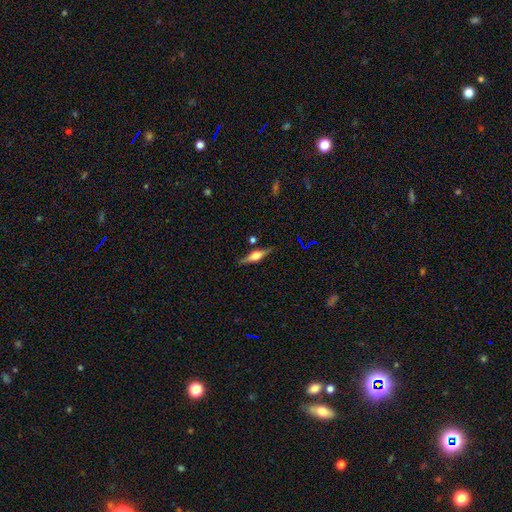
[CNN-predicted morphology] Smooth or featured?
  - featured or disk: 70% *
  - smooth: 23%
  - star or artifact: 7%
Edge-on disk?
  - yes: 96% *
  - no: 4%
Edge-on bulge?
  - rounded: 85% *
  - boxy: 12%
  - none: 2%
Merging?
  - none: 84% *
  - minor disturbance: 11%
  - major disturbance: 3%
  - merger: 3%